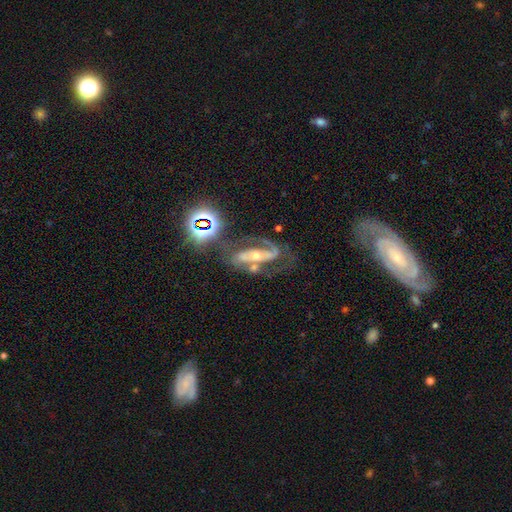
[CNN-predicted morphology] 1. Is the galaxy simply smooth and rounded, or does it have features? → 80% featured or disk, 11% star or artifact, 9% smooth.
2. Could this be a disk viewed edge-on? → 92% no, 8% yes.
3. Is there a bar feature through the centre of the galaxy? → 44% strong, 33% no, 23% weak.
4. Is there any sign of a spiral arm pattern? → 89% yes, 11% no.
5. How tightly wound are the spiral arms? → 47% medium, 28% tight, 25% loose.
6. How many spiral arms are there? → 75% 2, 14% 1, 7% can't tell, 1% 3, 1% 4, 1% more than 4.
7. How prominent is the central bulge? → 58% moderate, 35% small, 4% large, 2% none, 1% dominant.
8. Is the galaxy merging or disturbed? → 46% none, 21% major disturbance, 18% minor disturbance, 15% merger.